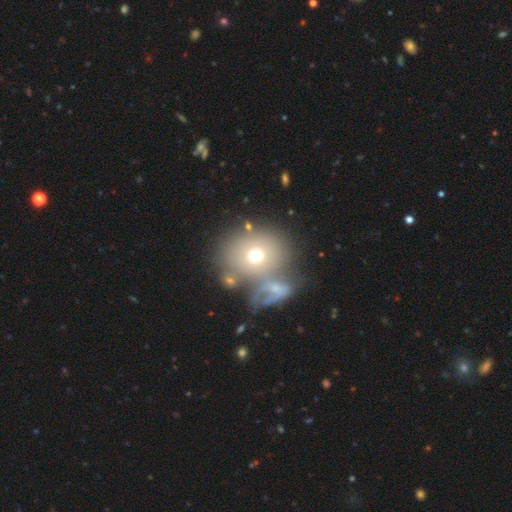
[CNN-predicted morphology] A smooth galaxy with no disk features (65%) that is round (74%). Merging: none (41%).